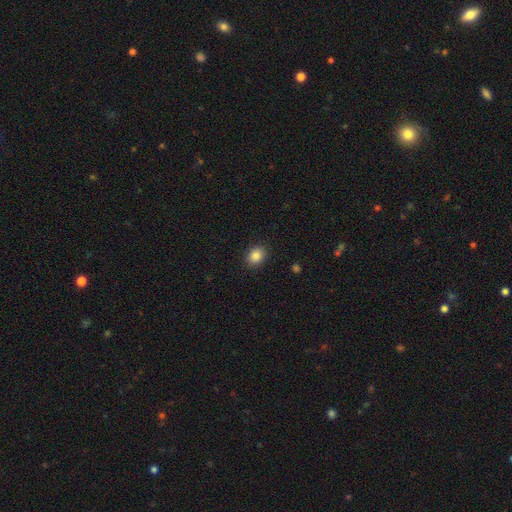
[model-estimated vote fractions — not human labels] Smooth or featured? Predicted: smooth (p=0.86). How rounded? Predicted: in between (p=0.53). Merging? Predicted: none (p=0.89).